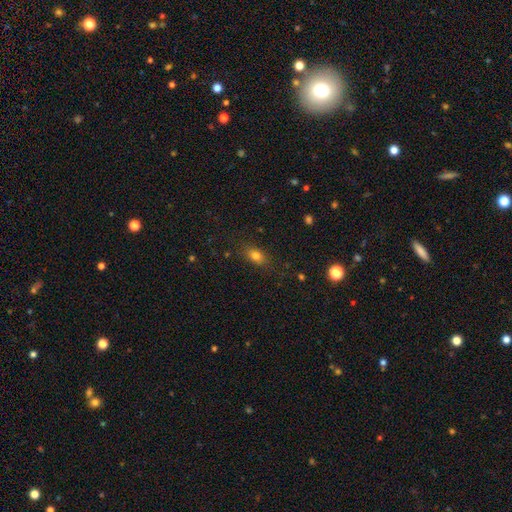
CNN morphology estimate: Overall: smooth (78%). How rounded: in between (77%). Merging: none (80%).